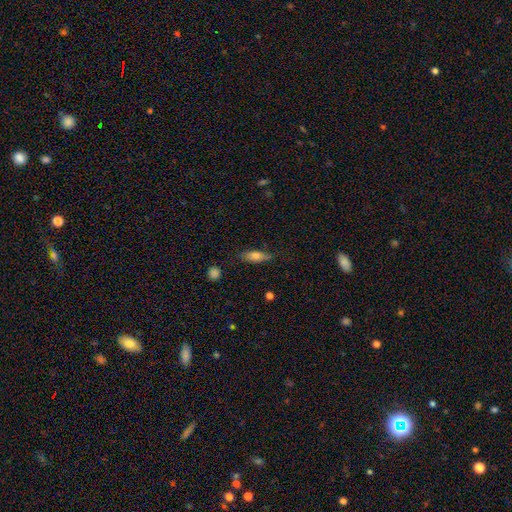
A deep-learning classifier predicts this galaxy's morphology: Smooth or featured?
  - smooth: 69% *
  - featured or disk: 24%
  - star or artifact: 7%
How rounded?
  - cigar-shaped: 49% *
  - in between: 48%
  - round: 3%
Merging?
  - none: 75% *
  - minor disturbance: 19%
  - major disturbance: 4%
  - merger: 2%